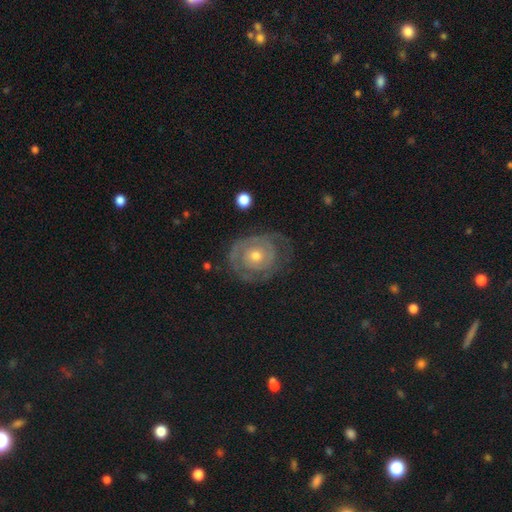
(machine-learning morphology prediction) smooth-or-featured: featured or disk: 76% | smooth: 17% | star or artifact: 7%
  disk-edge-on: no: 97% | yes: 3%
    bar: no: 85% | weak: 12% | strong: 3%
    has-spiral-arms: yes: 74% | no: 26%
      spiral-winding: tight: 72% | medium: 19% | loose: 8%
      spiral-arm-count: can't tell: 43% | 2: 30% | 1: 11% | 3: 9% | 4: 4% | more than 4: 3%
    bulge-size: moderate: 54% | small: 41% | large: 3% | none: 1% | dominant: 1%
  merging: none: 66% | minor disturbance: 20% | major disturbance: 12% | merger: 2%